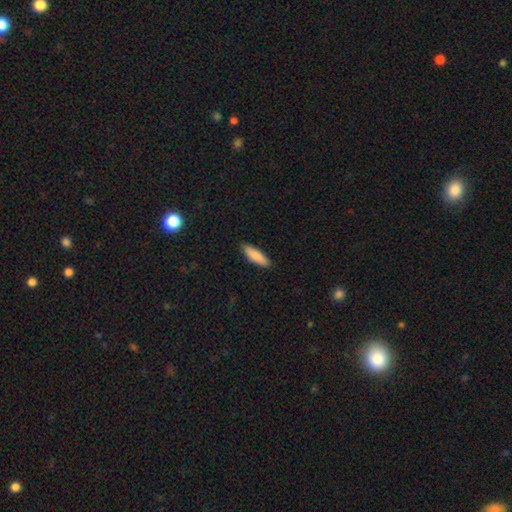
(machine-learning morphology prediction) type=smooth (88%); roundness=cigar-shaped (51%); merging=none (87%).